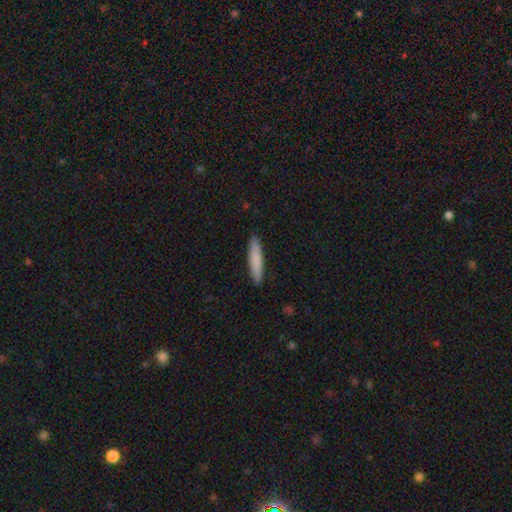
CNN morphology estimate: This is clearly a smooth galaxy (82%). How rounded: clearly cigar-shaped (89%). Merging: clearly none (91%).